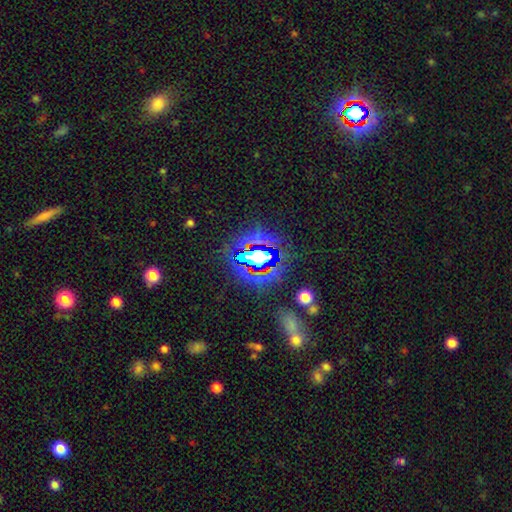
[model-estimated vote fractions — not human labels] Smooth or featured?
  - star or artifact: 69% *
  - smooth: 19%
  - featured or disk: 12%